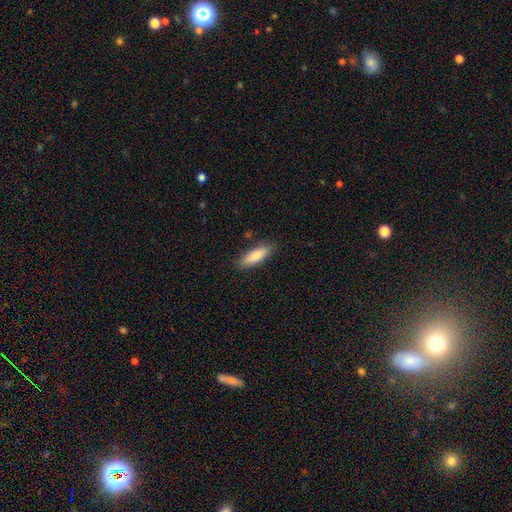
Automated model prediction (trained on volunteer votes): Smooth or featured? smooth (84%)
How rounded? in between (57%)
Merging? none (85%)